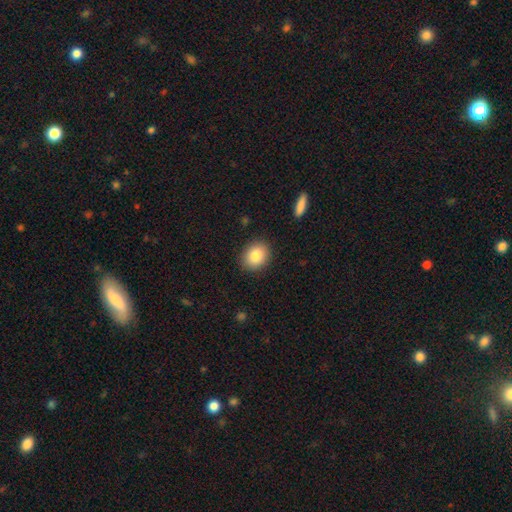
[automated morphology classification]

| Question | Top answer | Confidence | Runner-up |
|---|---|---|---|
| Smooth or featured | smooth | 83% | star or artifact (9%) |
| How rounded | round | 57% | in between (42%) |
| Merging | none | 89% | minor disturbance (8%) |